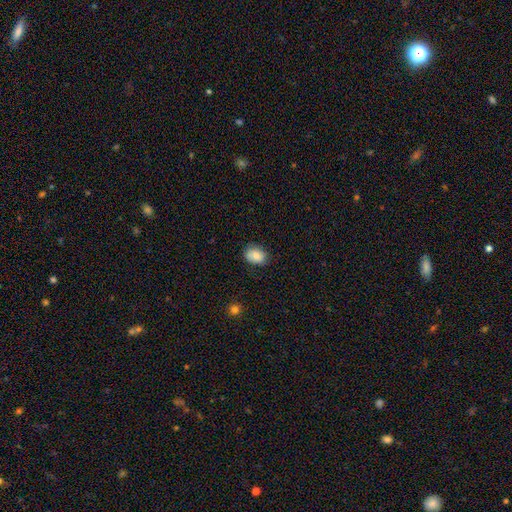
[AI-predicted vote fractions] smooth_or_featured: smooth (p=0.85) [alt: star or artifact p=0.08]
how_rounded: in between (p=0.73) [alt: round p=0.26]
merging: none (p=0.78) [alt: minor disturbance p=0.17]